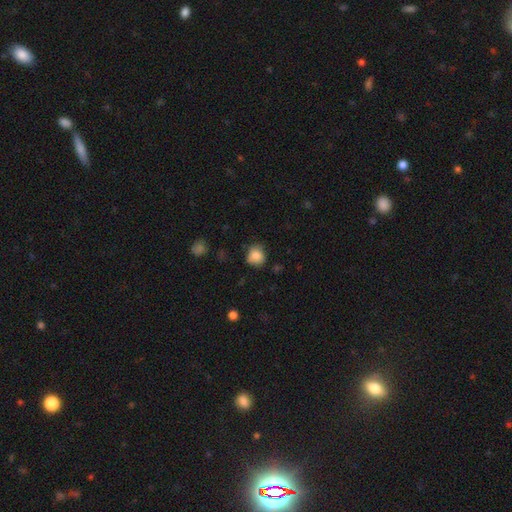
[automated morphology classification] Smooth or featured? Predicted: smooth (p=0.85). How rounded? Predicted: round (p=0.79). Merging? Predicted: none (p=0.70).